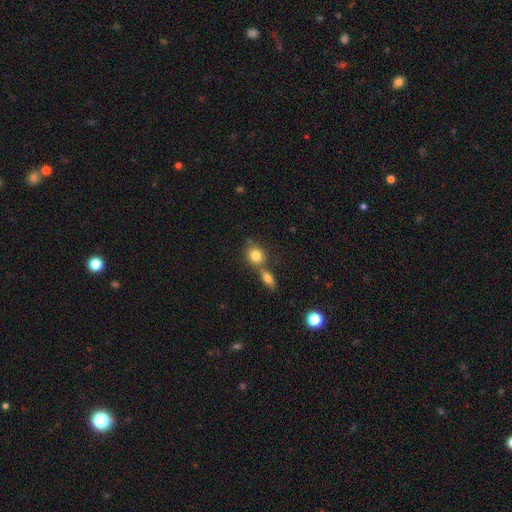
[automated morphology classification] Smooth or featured? smooth (82%)
How rounded? round (64%)
Merging? none (44%)